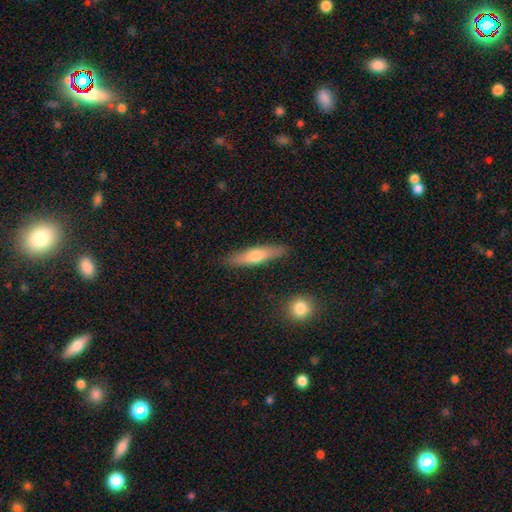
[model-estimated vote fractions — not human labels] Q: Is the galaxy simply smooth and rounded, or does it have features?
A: smooth — 56%.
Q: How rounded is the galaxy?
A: cigar-shaped — 80%.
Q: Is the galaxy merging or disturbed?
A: none — 87%.